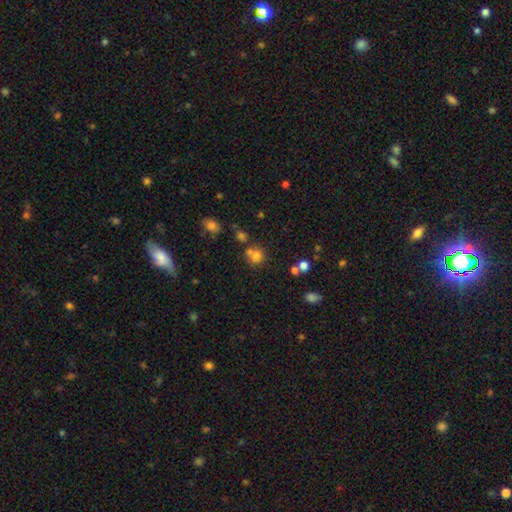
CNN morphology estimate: Overall: smooth (71%). How rounded: round (81%). Merging: none (50%; merger 37%).